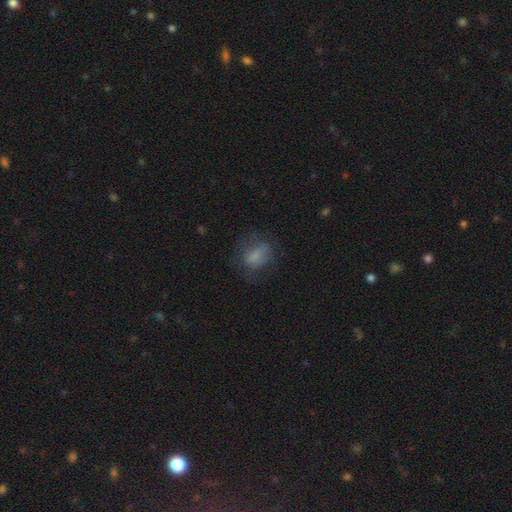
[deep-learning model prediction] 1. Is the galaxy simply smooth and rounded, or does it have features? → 69% smooth, 20% featured or disk, 12% star or artifact.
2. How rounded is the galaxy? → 63% in between, 34% round, 2% cigar-shaped.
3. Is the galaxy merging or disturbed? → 57% none, 22% minor disturbance, 19% major disturbance, 2% merger.